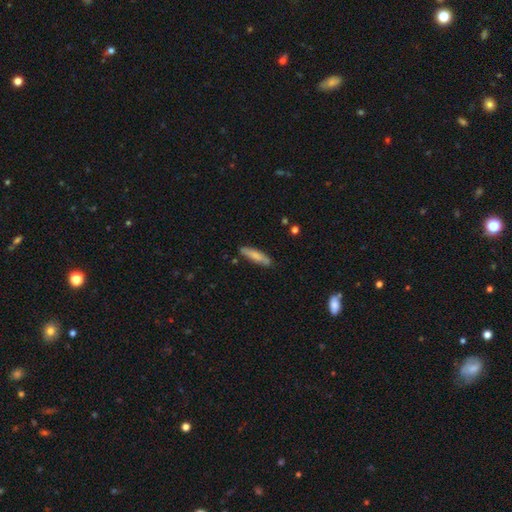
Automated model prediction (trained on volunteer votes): A smooth galaxy with no disk features (74%) that is cigar-shaped (75%). Merging: none (79%).